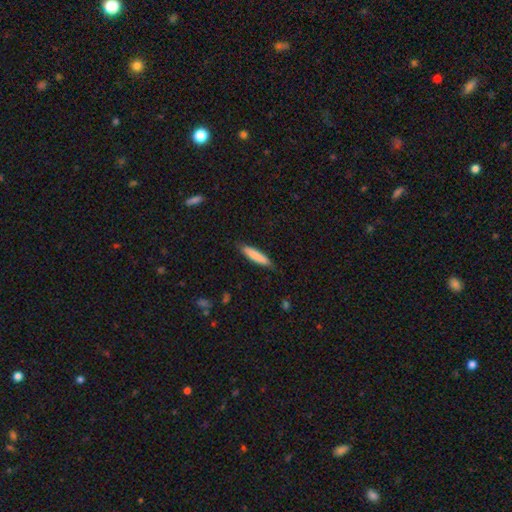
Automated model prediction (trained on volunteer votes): A smooth galaxy with no disk features (82%) that is cigar-shaped (84%). Merging: none (83%).